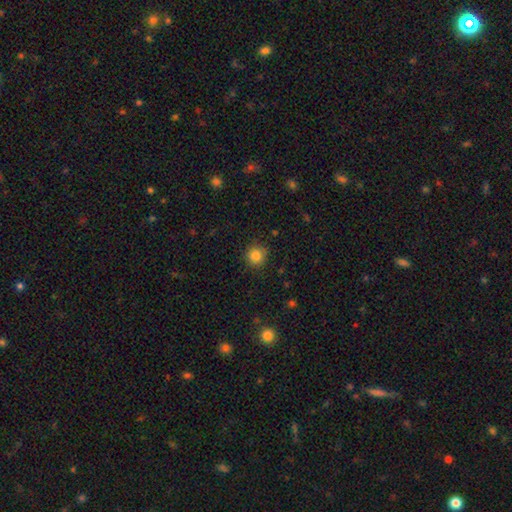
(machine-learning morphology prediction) smooth-or-featured: smooth: 83% | star or artifact: 12% | featured or disk: 5%
  how-rounded: round: 92% | in between: 7% | cigar-shaped: 1%
  merging: none: 88% | minor disturbance: 9% | major disturbance: 2% | merger: 1%